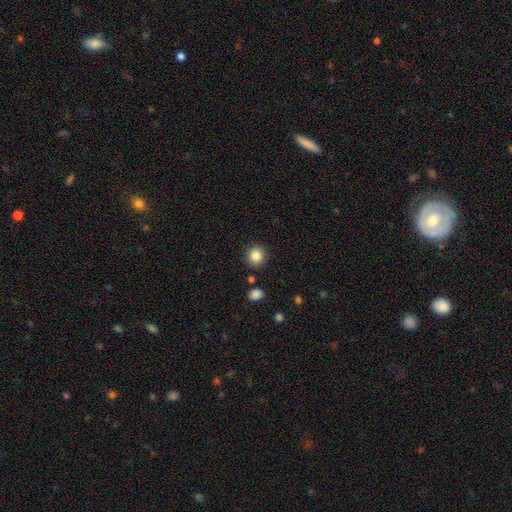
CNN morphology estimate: A smooth galaxy with no disk features (85%) that is round (92%). Merging: none (88%).